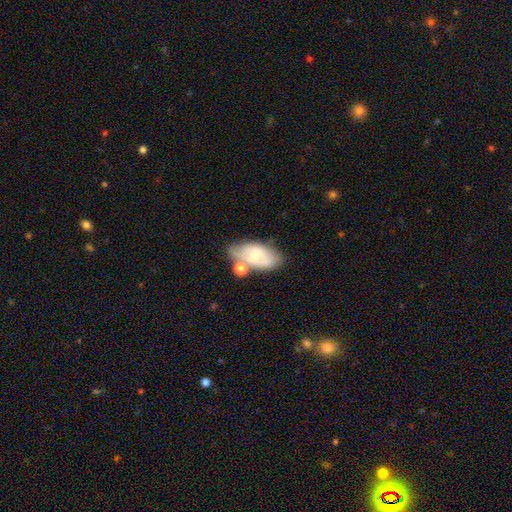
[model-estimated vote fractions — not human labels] Overall: smooth (63%; featured or disk 29%). How rounded: in between (92%). Merging: none (45%; merger 24%).